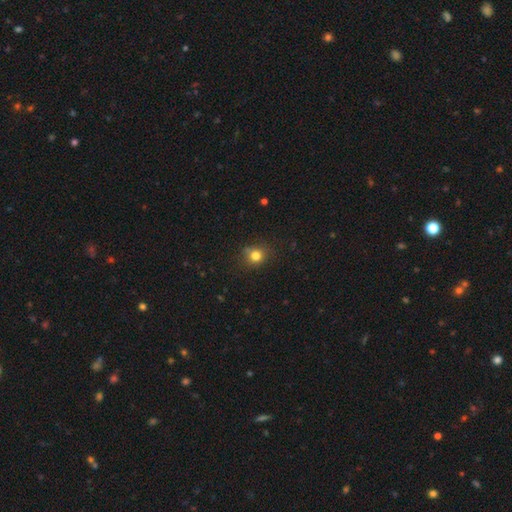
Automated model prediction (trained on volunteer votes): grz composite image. It shows a smooth galaxy with no disk features (79%) that is round (79%). Merging: none (76%).